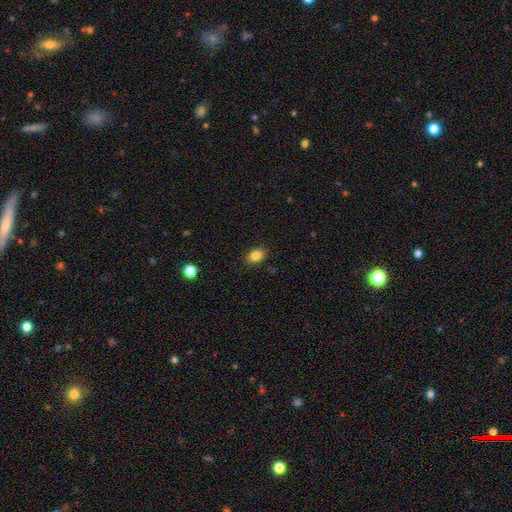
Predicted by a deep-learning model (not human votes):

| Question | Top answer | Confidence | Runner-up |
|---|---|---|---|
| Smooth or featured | smooth | 84% | star or artifact (10%) |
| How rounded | in between | 77% | round (22%) |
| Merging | none | 87% | minor disturbance (9%) |